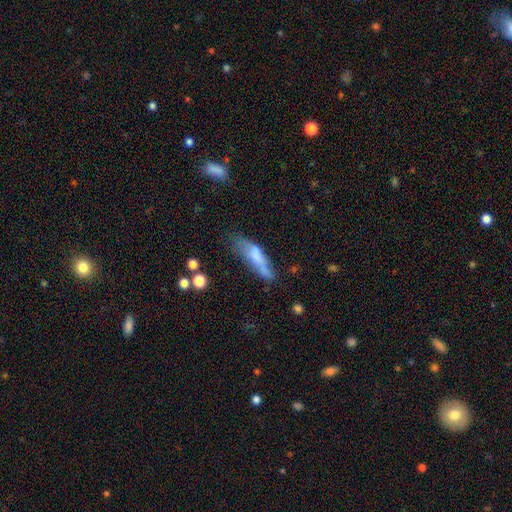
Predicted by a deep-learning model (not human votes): Q: Smooth or featured?
A: smooth (60%); runner-up: featured or disk (31%)
Q: How rounded?
A: cigar-shaped (66%); runner-up: in between (32%)
Q: Merging?
A: none (41%); runner-up: minor disturbance (32%)